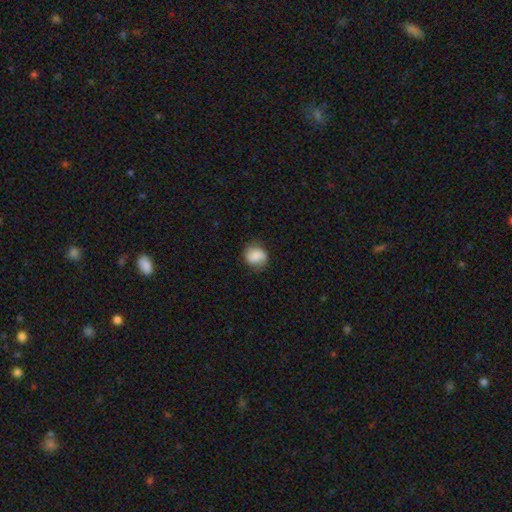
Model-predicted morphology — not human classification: smooth_or_featured: smooth (p=0.65) [alt: featured or disk p=0.26]
how_rounded: round (p=0.77) [alt: in between p=0.22]
merging: none (p=0.78) [alt: minor disturbance p=0.17]